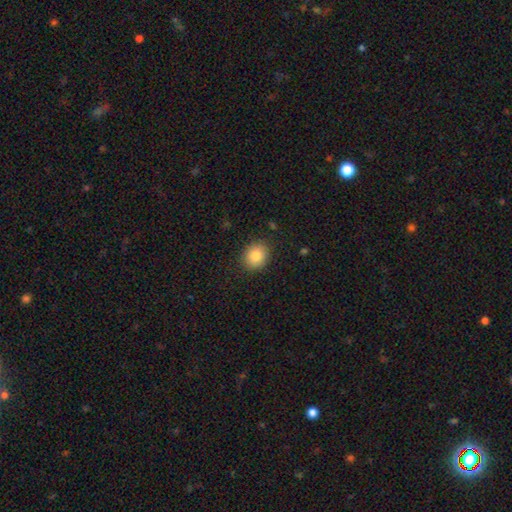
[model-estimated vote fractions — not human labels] Smooth or featured? smooth (84%)
How rounded? round (66%)
Merging? none (88%)